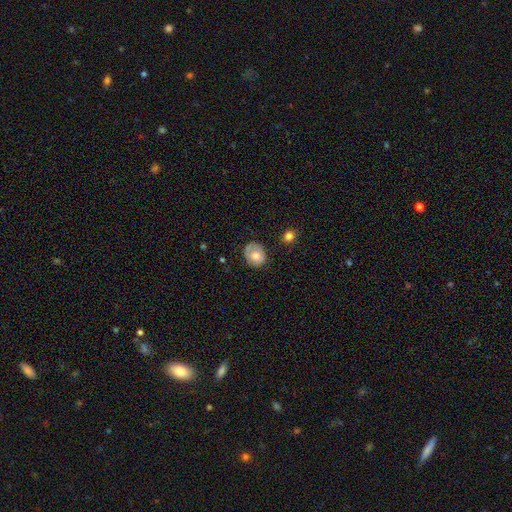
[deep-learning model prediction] smooth-or-featured: smooth: 68% | featured or disk: 24% | star or artifact: 8%
  how-rounded: round: 67% | in between: 32% | cigar-shaped: 1%
  merging: none: 70% | minor disturbance: 22% | major disturbance: 6% | merger: 2%